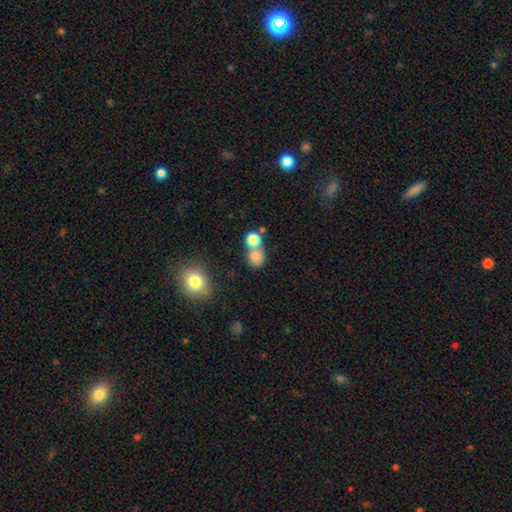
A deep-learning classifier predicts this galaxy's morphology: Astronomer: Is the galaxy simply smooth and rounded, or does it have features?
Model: smooth — 78%.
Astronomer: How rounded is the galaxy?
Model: round — 70%.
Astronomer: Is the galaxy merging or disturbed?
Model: none — 43%, tied with merger at 43%.